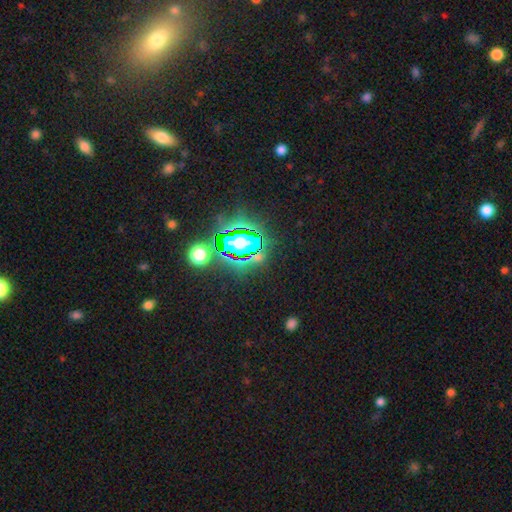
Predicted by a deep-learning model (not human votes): A star or artifact, not a galaxy (69%).